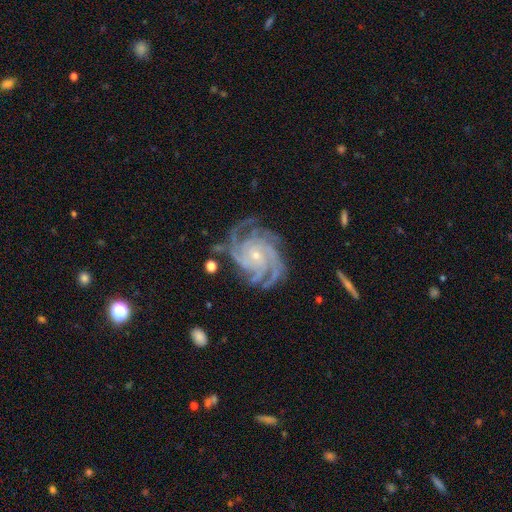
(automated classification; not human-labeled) Smooth or featured: featured or disk — 92% (star or artifact — 5%)
Edge-on disk: no — 98% (yes — 2%)
Bar: no — 73% (weak — 19%)
Spiral arms: yes — 99% (no — 1%)
Spiral winding: tight — 70% (medium — 27%)
Spiral arm count: 4 — 43% (3 — 22%)
Bulge size: small — 77% (moderate — 19%)
Merging: none — 75% (minor disturbance — 17%)